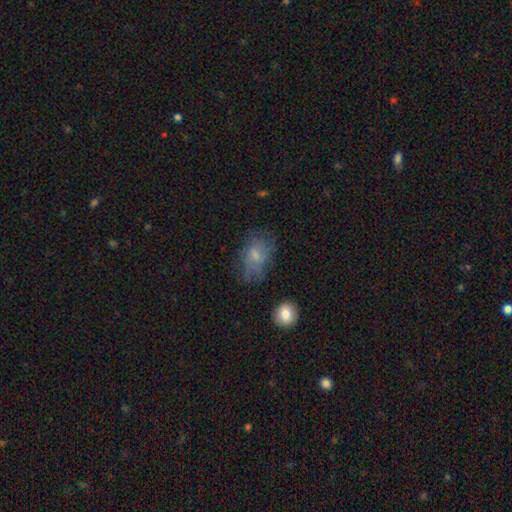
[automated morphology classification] Q: Smooth or featured?
A: smooth (63%); runner-up: featured or disk (27%)
Q: How rounded?
A: in between (81%); runner-up: round (17%)
Q: Merging?
A: none (55%); runner-up: minor disturbance (26%)